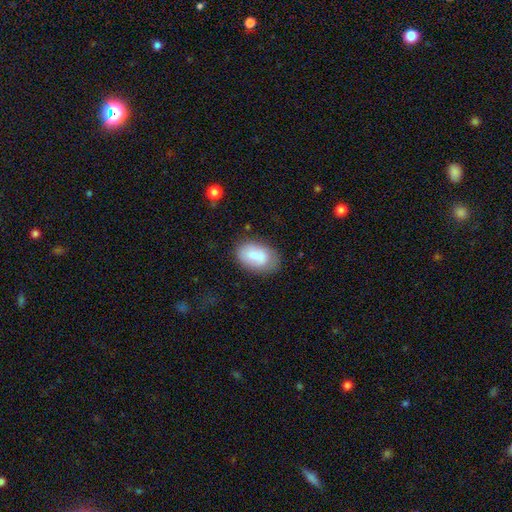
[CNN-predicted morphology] Overall: smooth (75%). How rounded: in between (88%). Merging: none (67%).